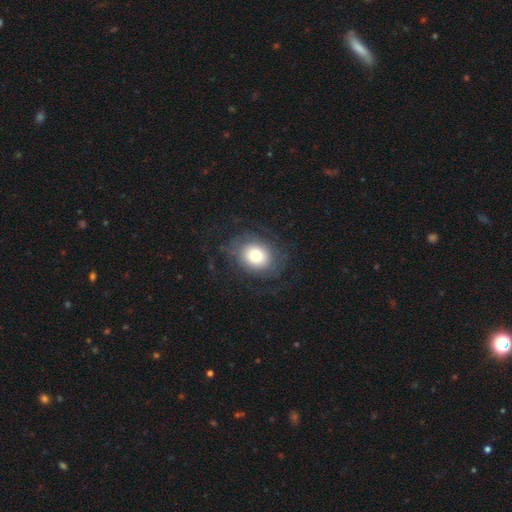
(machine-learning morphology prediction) smooth 53%, featured or disk 37%, star or artifact 10%. Down the decision tree: how rounded — round (52%); merging — none (68%).